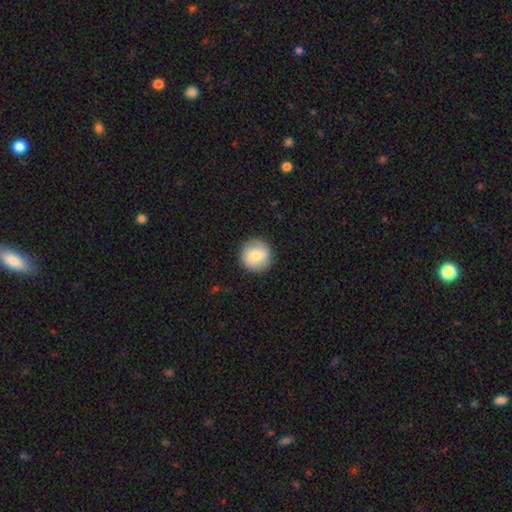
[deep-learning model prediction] The model was most divided on "smooth or featured": smooth: 77%, featured or disk: 16%, star or artifact: 7%. More confident: how rounded — round (95%); merging — none (90%).